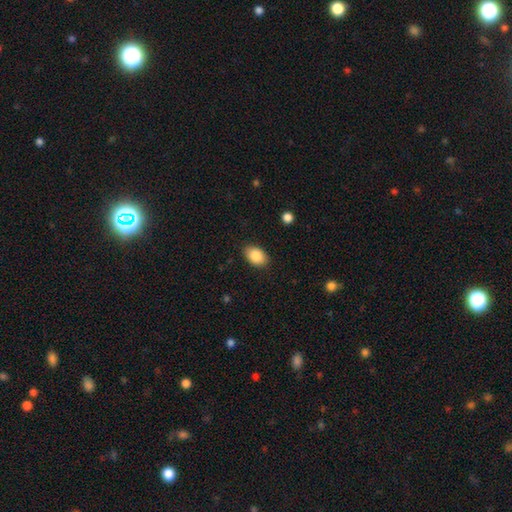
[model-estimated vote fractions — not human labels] A smooth galaxy with no disk features (87%) that is in between round and cigar-shaped (87%). Merging: none (86%).